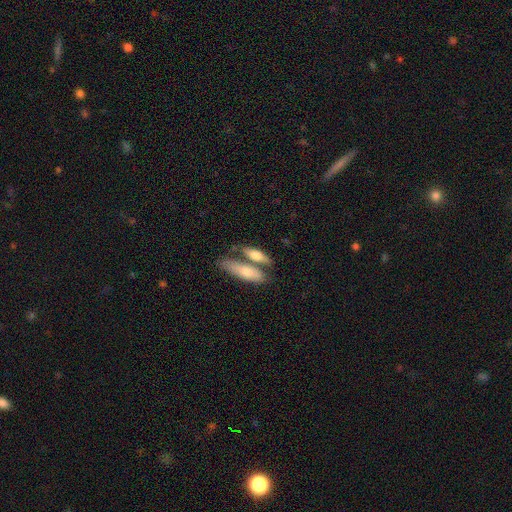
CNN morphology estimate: smooth 70%, featured or disk 25%, star or artifact 5%. Down the decision tree: how rounded — cigar-shaped (50%); merging — none (45%).